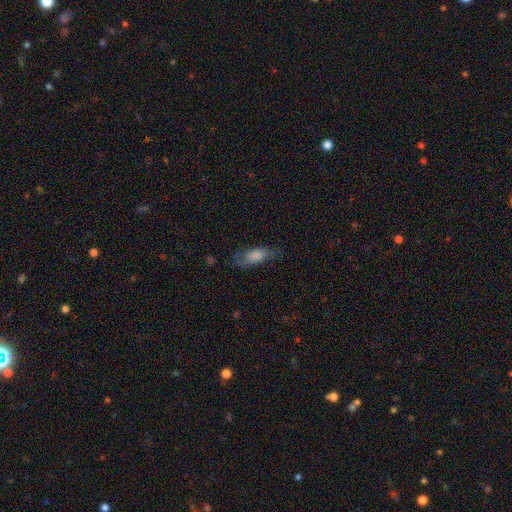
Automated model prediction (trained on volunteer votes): Smooth or featured: smooth — 51% (featured or disk — 40%)
How rounded: in between — 81% (cigar-shaped — 14%)
Merging: none — 60% (minor disturbance — 23%)